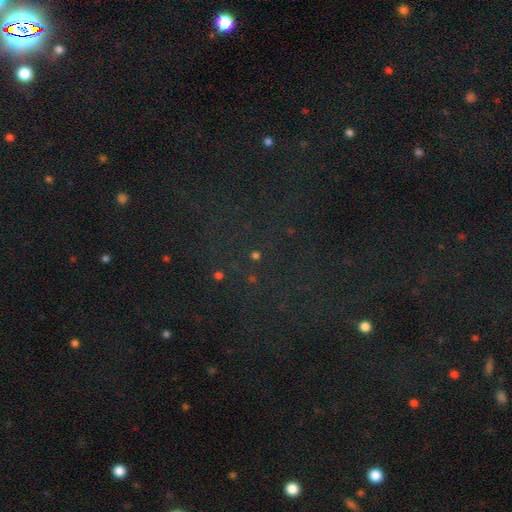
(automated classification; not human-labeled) Q: Smooth or featured?
A: star or artifact (64%); runner-up: smooth (28%)